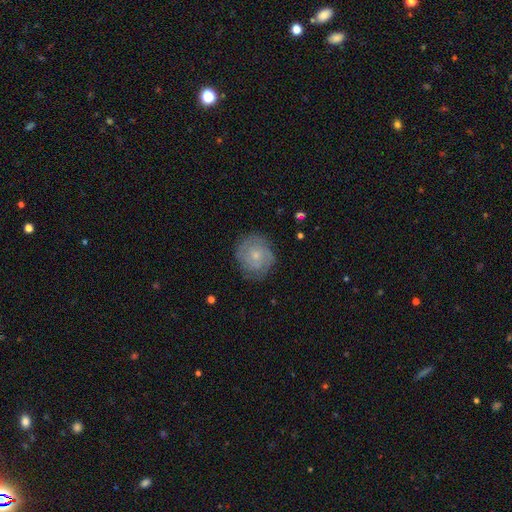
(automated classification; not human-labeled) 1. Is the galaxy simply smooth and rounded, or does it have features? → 56% featured or disk, 36% smooth, 7% star or artifact.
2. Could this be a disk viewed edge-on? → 97% no, 3% yes.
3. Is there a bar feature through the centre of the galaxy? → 80% no, 17% weak, 3% strong.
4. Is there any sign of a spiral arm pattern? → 82% yes, 18% no.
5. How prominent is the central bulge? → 70% small, 25% moderate, 3% none, 1% large, 1% dominant.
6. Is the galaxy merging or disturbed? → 75% none, 18% minor disturbance, 6% major disturbance, 1% merger.